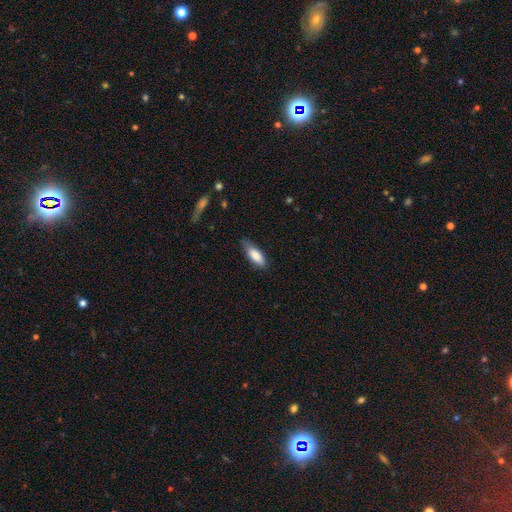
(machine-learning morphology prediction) Smooth or featured? smooth (82%)
How rounded? in between (66%)
Merging? none (69%)